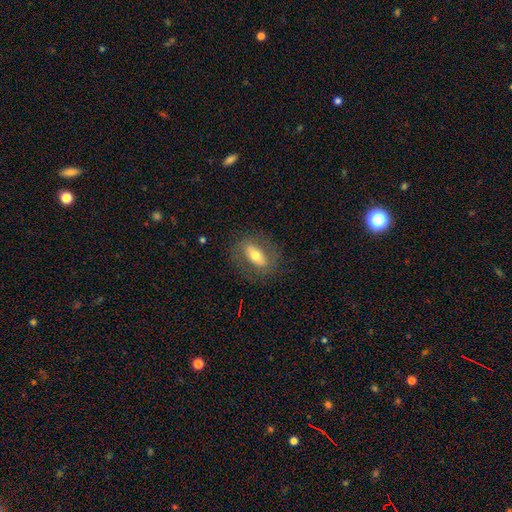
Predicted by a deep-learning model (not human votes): smooth-or-featured: smooth: 51% | featured or disk: 42% | star or artifact: 8%
  how-rounded: in between: 78% | cigar-shaped: 12% | round: 10%
  merging: none: 78% | minor disturbance: 13% | major disturbance: 7% | merger: 1%